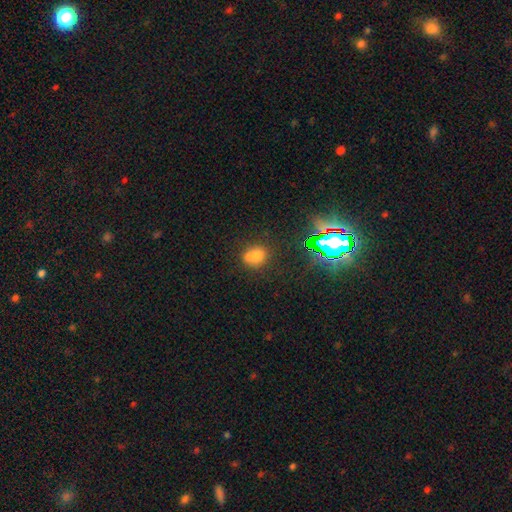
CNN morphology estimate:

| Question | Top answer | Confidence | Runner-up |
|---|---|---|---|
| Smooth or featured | smooth | 68% | star or artifact (18%) |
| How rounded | round | 68% | in between (31%) |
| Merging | none | 47% | merger (35%) |